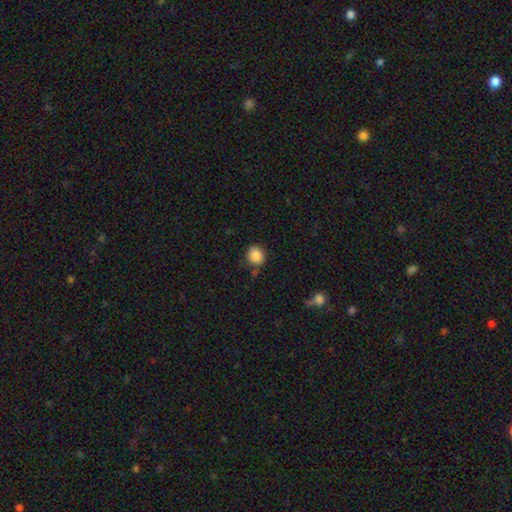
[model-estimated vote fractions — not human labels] The model was most divided on "how rounded": round: 75%, in between: 24%, cigar-shaped: 1%. More confident: smooth or featured — smooth (87%); merging — none (79%).